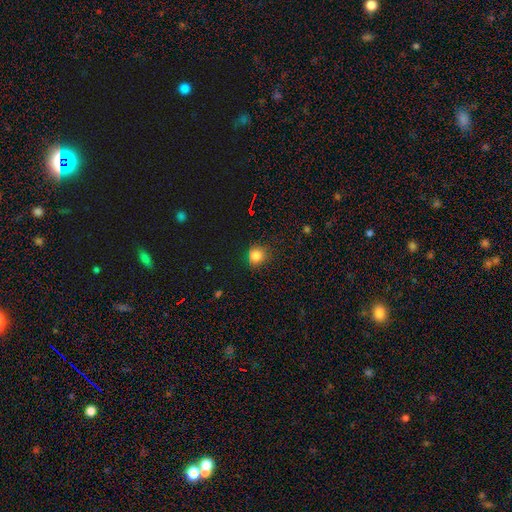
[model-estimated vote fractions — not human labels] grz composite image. It shows a smooth galaxy with no disk features (82%) that is round (88%). Merging: none (80%).